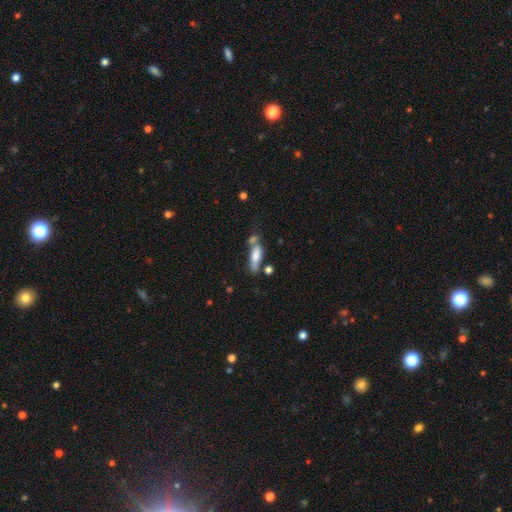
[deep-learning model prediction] Smooth or featured: smooth — 69% (featured or disk — 24%)
How rounded: in between — 53% (cigar-shaped — 44%)
Merging: none — 43% (merger — 28%)